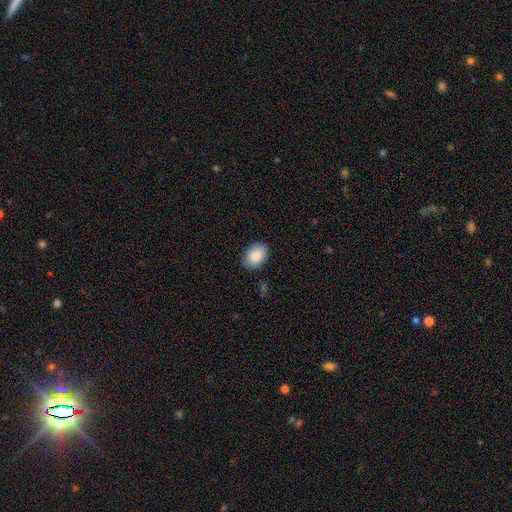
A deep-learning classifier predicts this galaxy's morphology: This is clearly a smooth galaxy (88%). How rounded: likely in between (75%). Merging: clearly none (84%).